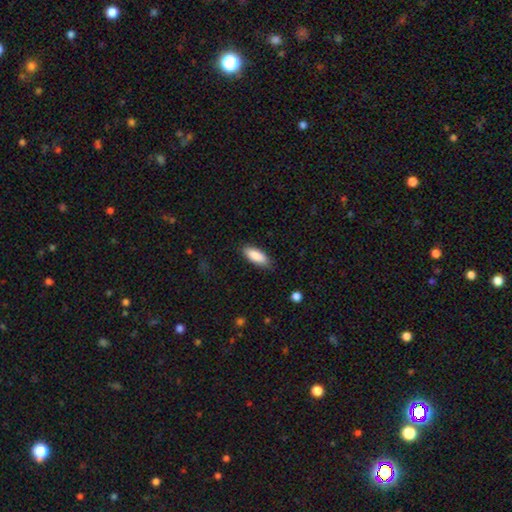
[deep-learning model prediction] This is clearly a smooth galaxy (87%). How rounded: likely in between (75%). Merging: clearly none (83%).